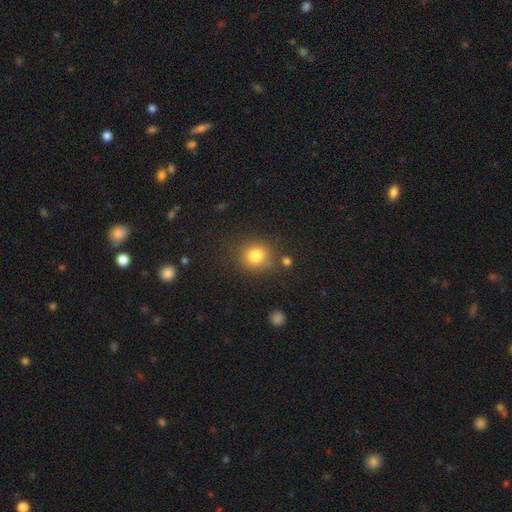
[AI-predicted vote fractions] smooth 81%, star or artifact 12%, featured or disk 7%. Down the decision tree: how rounded — round (83%); merging — none (79%).